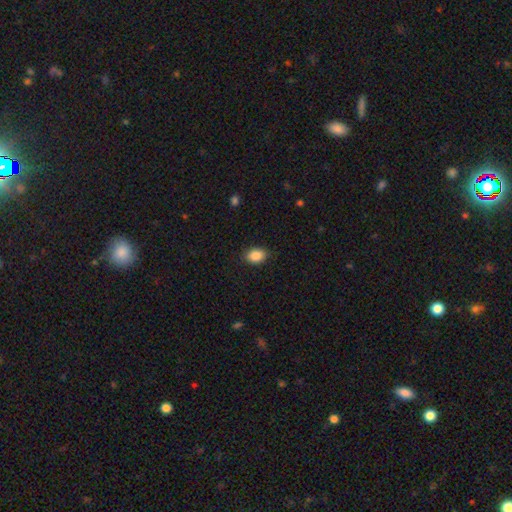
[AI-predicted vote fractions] Overall: smooth (88%). How rounded: in between (76%). Merging: none (87%).